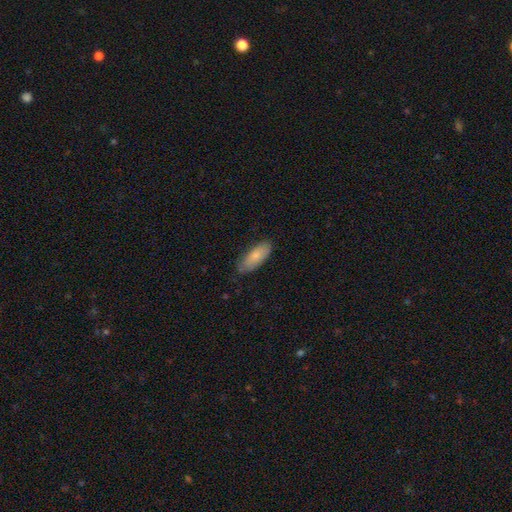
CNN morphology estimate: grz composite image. It shows a smooth galaxy with no disk features (82%) that is in between round and cigar-shaped (78%). Merging: none (77%).